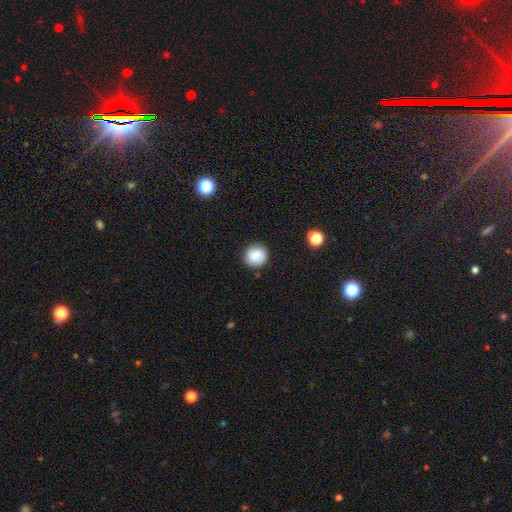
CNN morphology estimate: type=smooth (86%); roundness=round (92%); merging=none (87%).